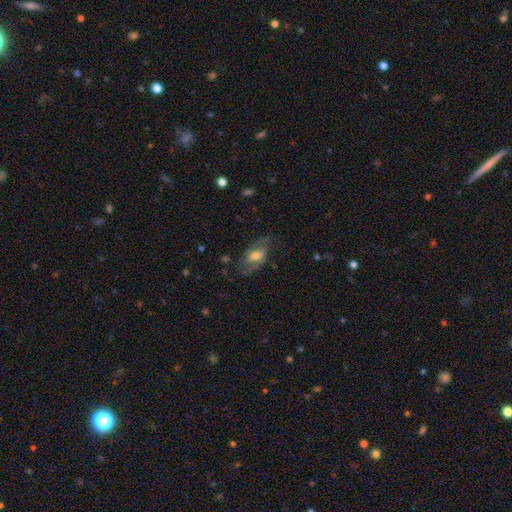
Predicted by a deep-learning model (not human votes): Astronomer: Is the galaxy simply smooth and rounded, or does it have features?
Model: featured or disk — 68%.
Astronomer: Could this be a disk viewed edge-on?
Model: no — 94%.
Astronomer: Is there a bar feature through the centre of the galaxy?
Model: weak — 44% (runner-up: no, 39%).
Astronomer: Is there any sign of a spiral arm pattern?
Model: yes — 85%.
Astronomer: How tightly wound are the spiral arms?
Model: medium — 50% (runner-up: loose, 31%).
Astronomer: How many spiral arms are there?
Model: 2 — 85%.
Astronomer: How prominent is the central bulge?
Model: moderate — 57%.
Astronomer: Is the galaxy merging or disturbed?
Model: none — 69%.